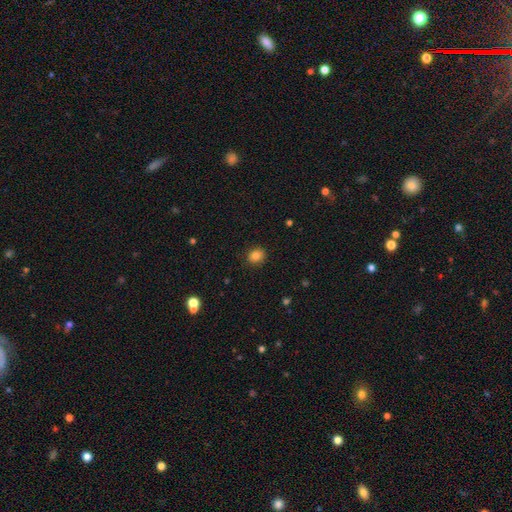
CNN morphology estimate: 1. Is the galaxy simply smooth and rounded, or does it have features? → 84% smooth, 11% star or artifact, 5% featured or disk.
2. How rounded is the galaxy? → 70% round, 30% in between, 1% cigar-shaped.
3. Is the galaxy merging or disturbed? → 90% none, 7% minor disturbance, 2% major disturbance, 1% merger.